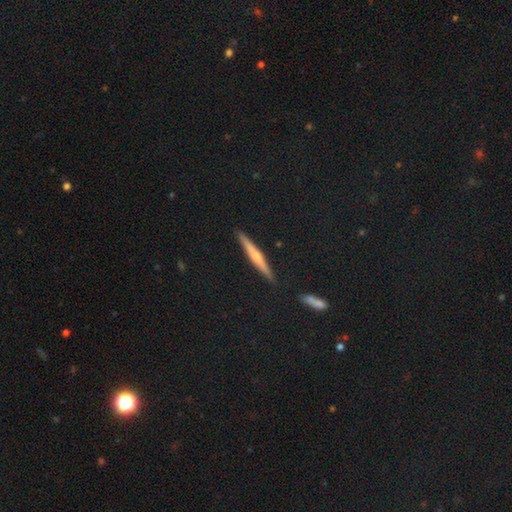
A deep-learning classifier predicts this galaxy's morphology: Smooth or featured? Predicted: featured or disk (p=0.55). Edge-on disk? Predicted: yes (p=0.97). Edge-on bulge? Predicted: rounded (p=0.61). Merging? Predicted: none (p=0.90).